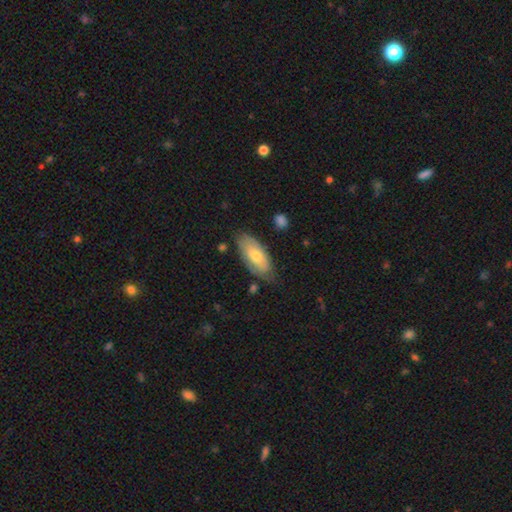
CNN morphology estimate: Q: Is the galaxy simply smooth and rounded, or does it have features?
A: smooth — 59%.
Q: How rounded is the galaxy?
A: in between — 88%.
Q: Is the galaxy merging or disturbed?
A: none — 69%.